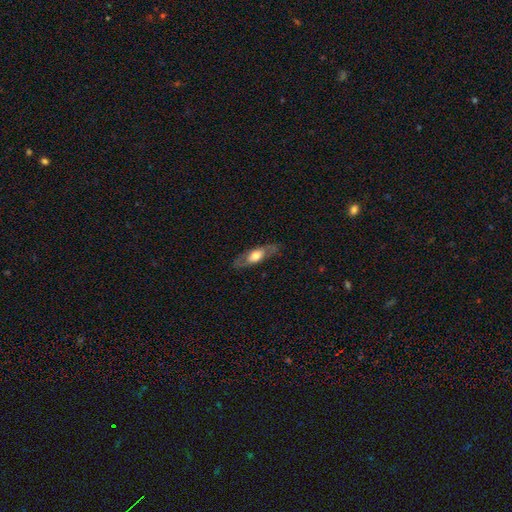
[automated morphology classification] A featured or disk galaxy (52%). Merging: none (77%).